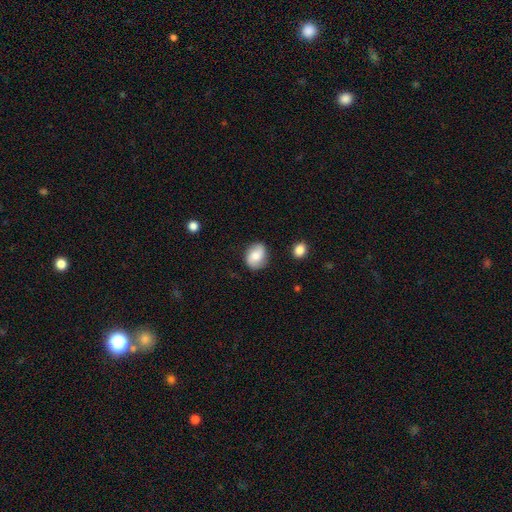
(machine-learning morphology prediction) smooth-or-featured: smooth: 63% | featured or disk: 28% | star or artifact: 8%
  how-rounded: in between: 50% | round: 49% | cigar-shaped: 1%
  merging: none: 78% | minor disturbance: 16% | major disturbance: 4% | merger: 2%